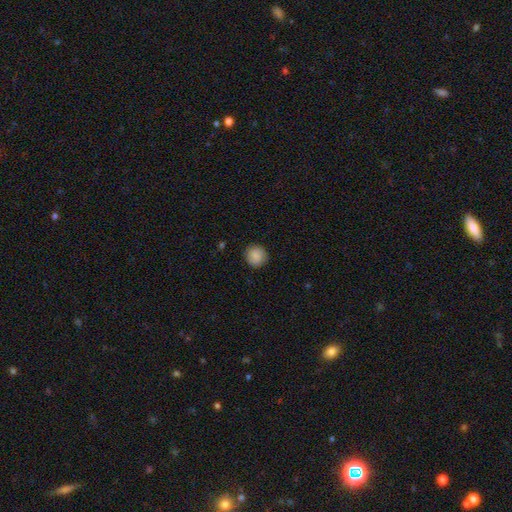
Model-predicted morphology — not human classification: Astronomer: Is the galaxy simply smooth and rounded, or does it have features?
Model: smooth — 88%.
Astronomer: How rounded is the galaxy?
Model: round — 93%.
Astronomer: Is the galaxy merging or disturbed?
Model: none — 88%.